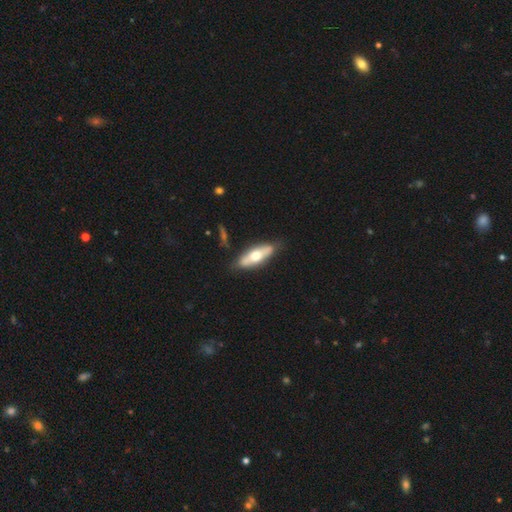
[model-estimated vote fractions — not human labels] This appears to be a smooth galaxy with no disk features (48%). Merging: none (78%).